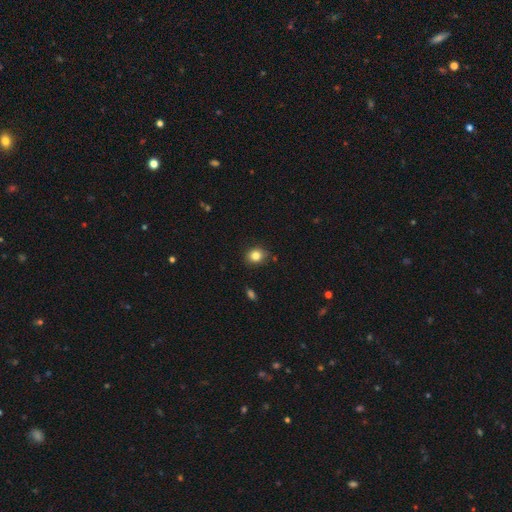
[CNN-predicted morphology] Q: Smooth or featured?
A: smooth (83%); runner-up: star or artifact (10%)
Q: How rounded?
A: round (69%); runner-up: in between (31%)
Q: Merging?
A: none (82%); runner-up: minor disturbance (14%)